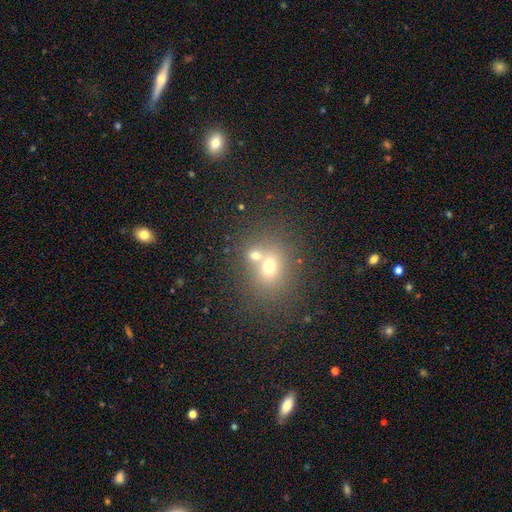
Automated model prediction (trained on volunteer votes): Q: Smooth or featured?
A: smooth (65%); runner-up: featured or disk (18%)
Q: How rounded?
A: round (66%); runner-up: in between (33%)
Q: Merging?
A: merger (50%); runner-up: none (39%)